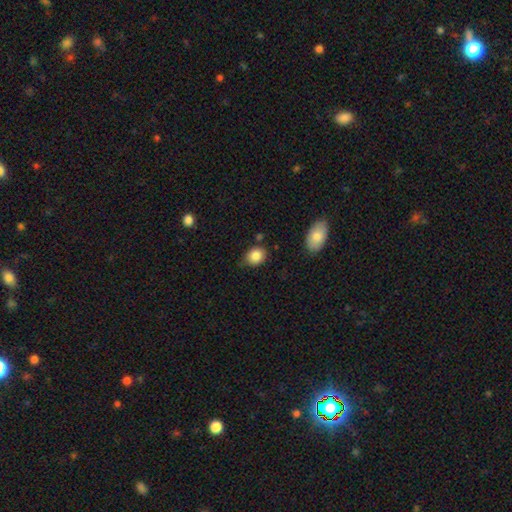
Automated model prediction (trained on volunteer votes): This is clearly a smooth galaxy (85%). How rounded: possibly round (50%). Merging: likely none (75%).